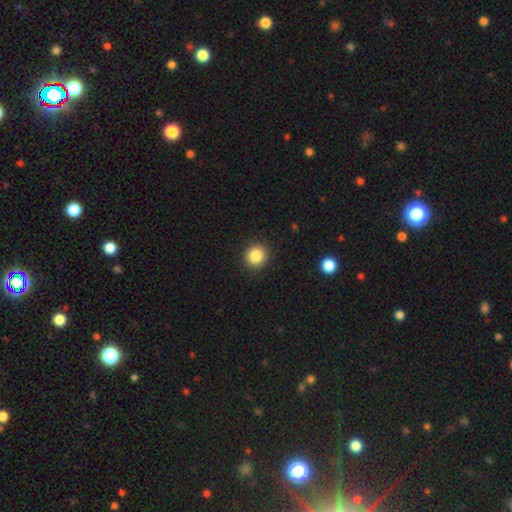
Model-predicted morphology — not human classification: A smooth galaxy with no disk features (85%) that is round (88%). Merging: none (91%).